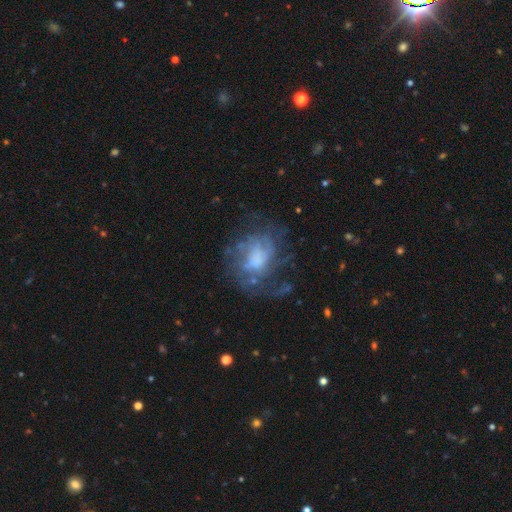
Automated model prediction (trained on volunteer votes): Q: Smooth or featured?
A: featured or disk (64%); runner-up: smooth (23%)
Q: Edge-on disk?
A: no (97%); runner-up: yes (3%)
Q: Bar?
A: no (69%); runner-up: weak (26%)
Q: Spiral arms?
A: yes (71%); runner-up: no (29%)
Q: Bulge size?
A: moderate (35%); runner-up: large (23%)
Q: Merging?
A: none (59%); runner-up: major disturbance (20%)